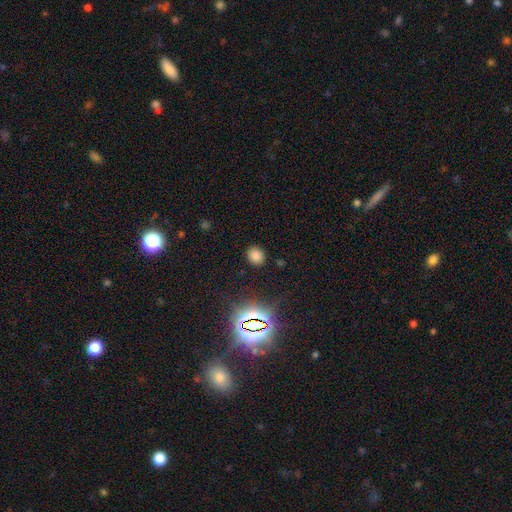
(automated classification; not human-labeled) Smooth or featured? smooth (75%)
How rounded? round (55%)
Merging? none (87%)